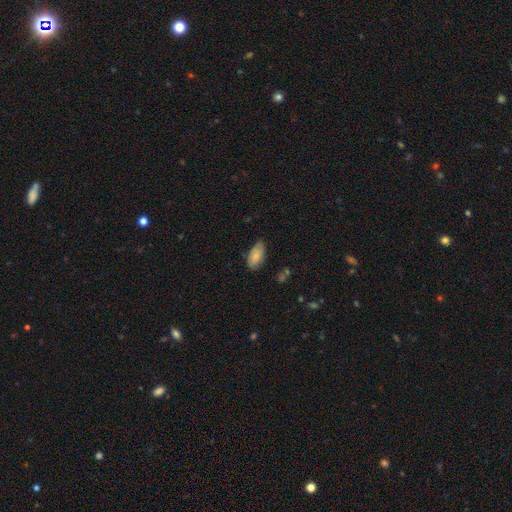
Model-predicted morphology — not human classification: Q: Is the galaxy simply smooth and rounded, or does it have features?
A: smooth — 80%.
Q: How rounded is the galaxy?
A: in between — 93%.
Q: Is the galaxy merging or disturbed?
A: none — 67%.